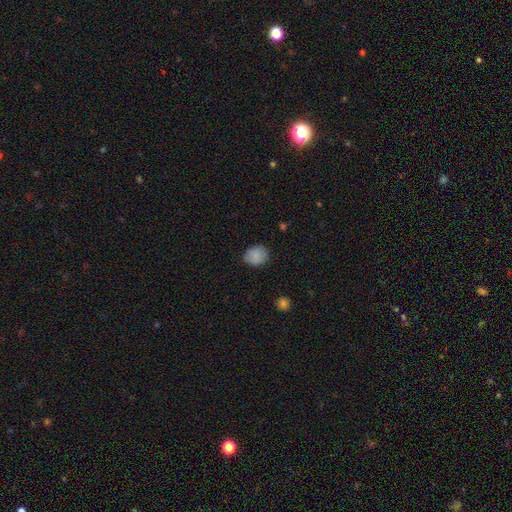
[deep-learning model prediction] A smooth galaxy with no disk features (85%) that is round (53%).

Vote fractions:
- Smooth or featured? smooth: 85% / star or artifact: 8% / featured or disk: 7%
- How rounded? round: 53% / in between: 46% / cigar-shaped: 1%
- Merging? none: 79% / minor disturbance: 17% / major disturbance: 3% / merger: 1%